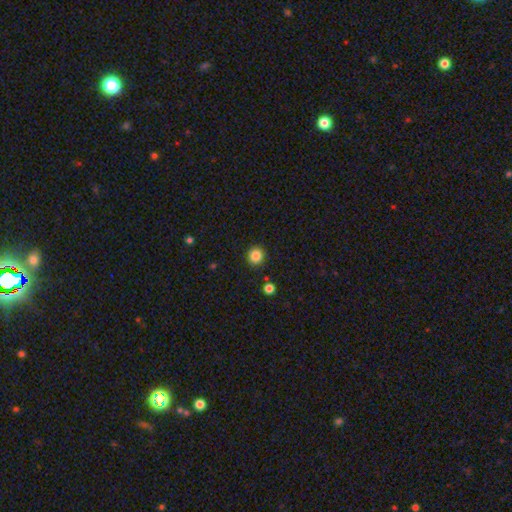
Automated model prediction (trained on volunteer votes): smooth_or_featured: smooth (p=0.86) [alt: star or artifact p=0.11]
how_rounded: round (p=0.93) [alt: in between p=0.06]
merging: none (p=0.91) [alt: minor disturbance p=0.05]